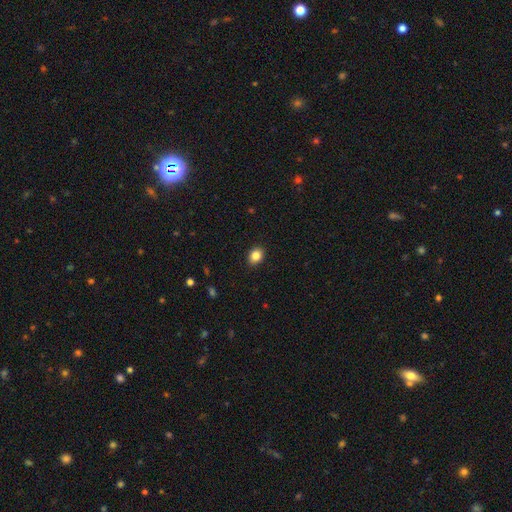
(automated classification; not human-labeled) A smooth galaxy with no disk features (86%) that is in between round and cigar-shaped (54%).

Vote fractions:
- Smooth or featured? smooth: 86% / star or artifact: 9% / featured or disk: 5%
- How rounded? in between: 54% / round: 45% / cigar-shaped: 1%
- Merging? none: 90% / minor disturbance: 7% / major disturbance: 2% / merger: 1%